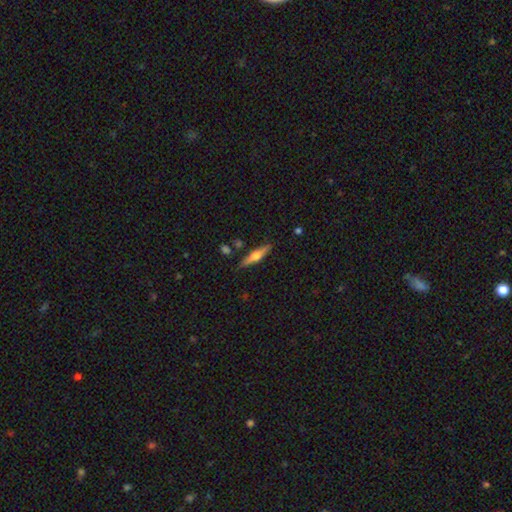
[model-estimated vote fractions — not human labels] The model was most divided on "smooth or featured": featured or disk: 57%, smooth: 37%, star or artifact: 6%. More confident: edge-on disk — yes (95%); edge-on bulge — rounded (90%); merging — none (84%).